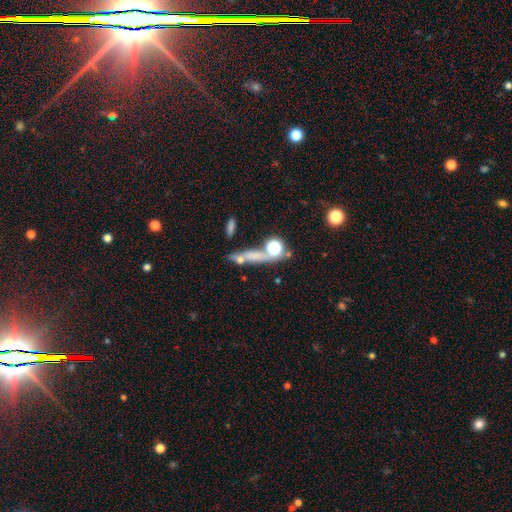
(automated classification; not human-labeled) Overall: smooth (50%; featured or disk 27%). How rounded: cigar-shaped (56%; round 23%). Merging: none (54%; merger 22%).